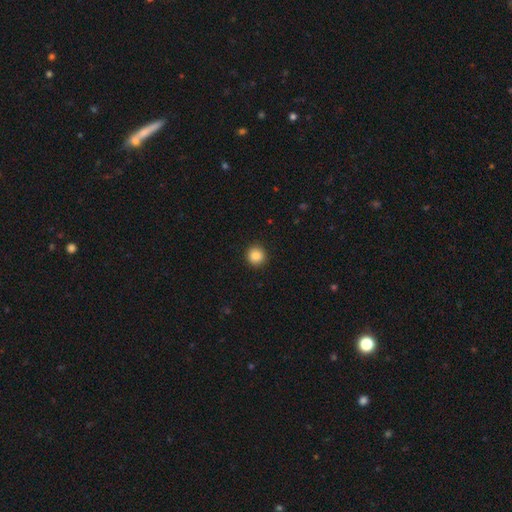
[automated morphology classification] The model was most divided on "smooth or featured": smooth: 88%, star or artifact: 9%, featured or disk: 3%. More confident: how rounded — round (94%); merging — none (92%).